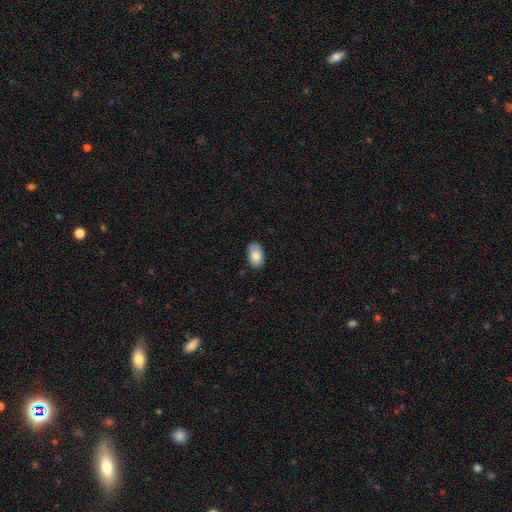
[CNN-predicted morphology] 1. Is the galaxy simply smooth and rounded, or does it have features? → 84% smooth, 9% featured or disk, 7% star or artifact.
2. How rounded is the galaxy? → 90% in between, 9% round, 1% cigar-shaped.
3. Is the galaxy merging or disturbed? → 73% none, 22% minor disturbance, 3% major disturbance, 1% merger.